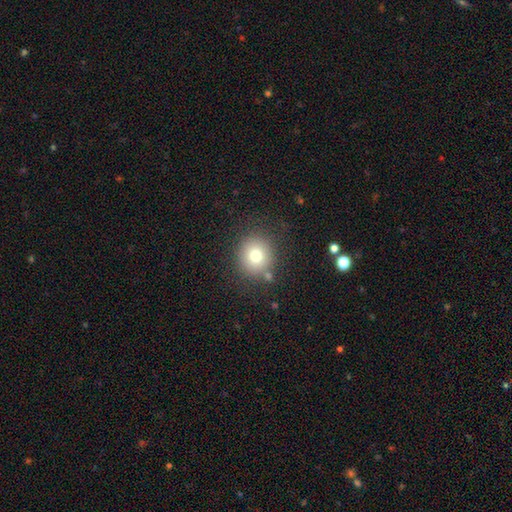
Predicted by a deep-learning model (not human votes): Smooth or featured? Predicted: smooth (p=0.75). How rounded? Predicted: round (p=0.89). Merging? Predicted: none (p=0.82).